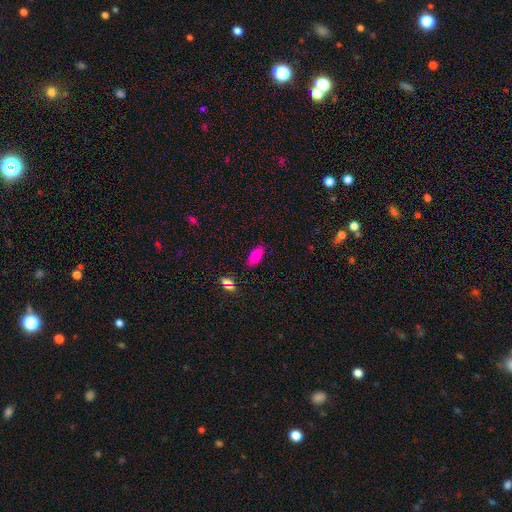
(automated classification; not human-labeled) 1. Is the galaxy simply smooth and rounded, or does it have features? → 80% smooth, 11% star or artifact, 9% featured or disk.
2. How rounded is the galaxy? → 88% in between, 9% cigar-shaped, 3% round.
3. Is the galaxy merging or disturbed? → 86% none, 10% minor disturbance, 2% major disturbance, 2% merger.